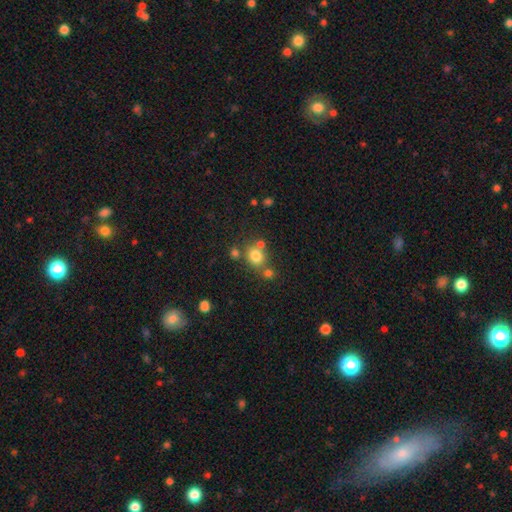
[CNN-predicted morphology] Smooth or featured? smooth (77%)
How rounded? round (77%)
Merging? none (62%)